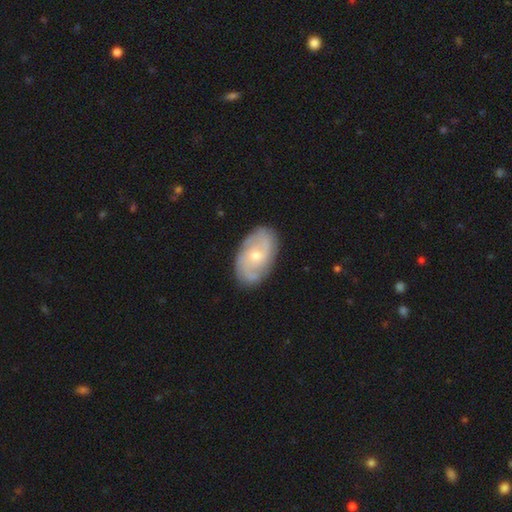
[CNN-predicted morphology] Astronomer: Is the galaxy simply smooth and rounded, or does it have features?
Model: featured or disk — 75%.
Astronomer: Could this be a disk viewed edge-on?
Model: no — 96%.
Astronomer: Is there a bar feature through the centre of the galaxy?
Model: no — 68%.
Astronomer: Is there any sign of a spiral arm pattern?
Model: yes — 91%.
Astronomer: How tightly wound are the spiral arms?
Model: tight — 45% (runner-up: medium, 40%).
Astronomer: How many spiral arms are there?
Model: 2 — 41% (runner-up: can't tell, 28%).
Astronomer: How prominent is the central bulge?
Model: small — 61%.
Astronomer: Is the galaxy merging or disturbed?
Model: none — 82%.